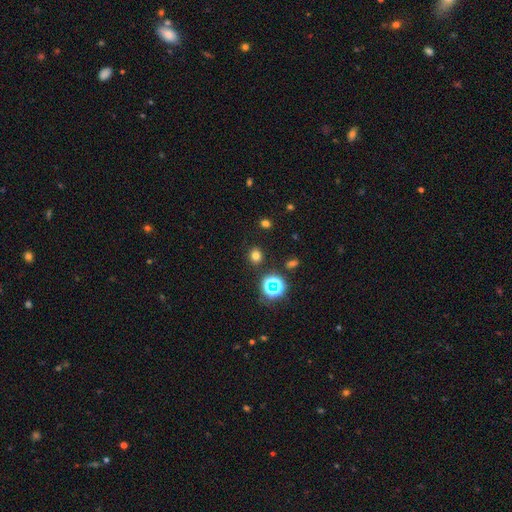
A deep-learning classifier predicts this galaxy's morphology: The model was most divided on "smooth or featured": smooth: 72%, star or artifact: 22%, featured or disk: 6%. More confident: merging — none (88%); how rounded — round (82%).